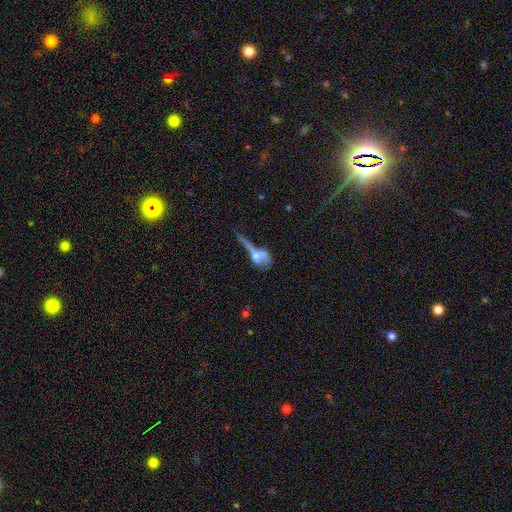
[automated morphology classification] The model was most divided on "merging": major disturbance: 35%, merger: 34%, none: 19%, minor disturbance: 12%. Remaining: smooth or featured — smooth (47%).